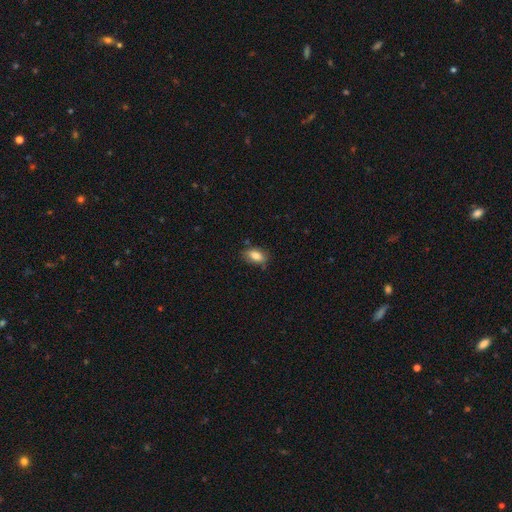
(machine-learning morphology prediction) Smooth or featured: smooth — 84% (featured or disk — 9%)
How rounded: in between — 89% (round — 8%)
Merging: none — 77% (minor disturbance — 17%)